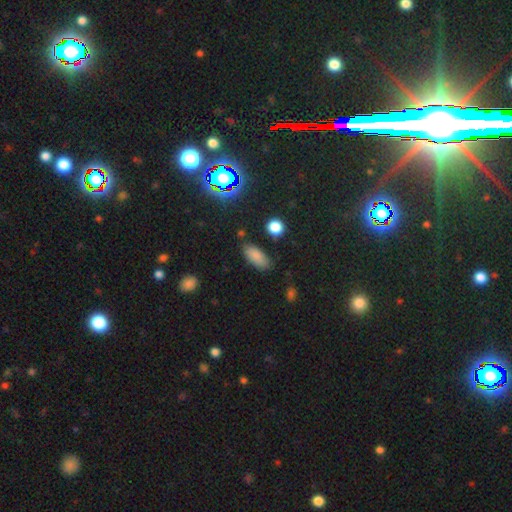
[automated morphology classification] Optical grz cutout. It shows a smooth galaxy with no disk features (81%) that is in between round and cigar-shaped (85%). Merging: none (78%).